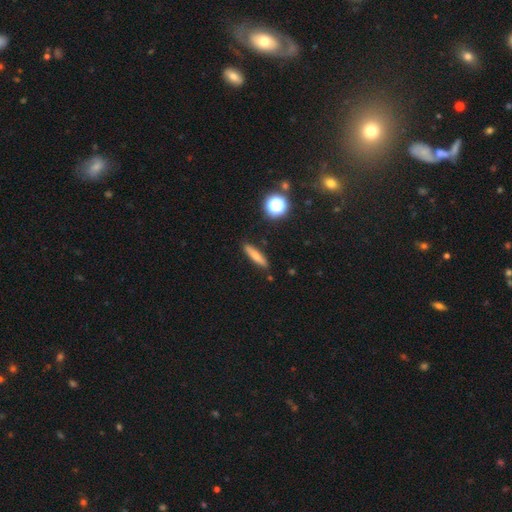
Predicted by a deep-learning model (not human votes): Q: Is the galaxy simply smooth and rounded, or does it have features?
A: smooth — 70%.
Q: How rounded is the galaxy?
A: cigar-shaped — 81%.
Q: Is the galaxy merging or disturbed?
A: none — 88%.